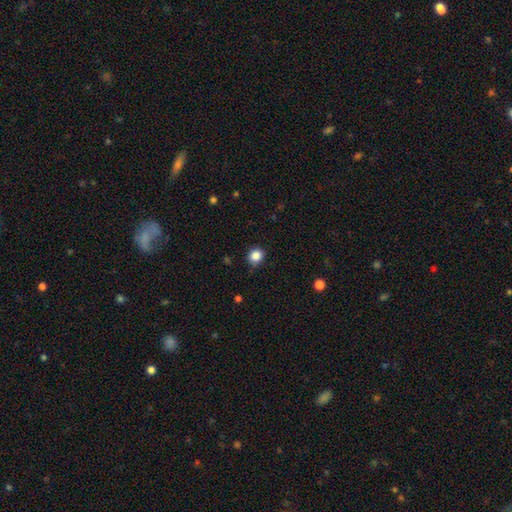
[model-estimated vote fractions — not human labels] smooth_or_featured: smooth (p=0.85) [alt: star or artifact p=0.11]
how_rounded: round (p=0.81) [alt: in between p=0.18]
merging: none (p=0.85) [alt: minor disturbance p=0.11]